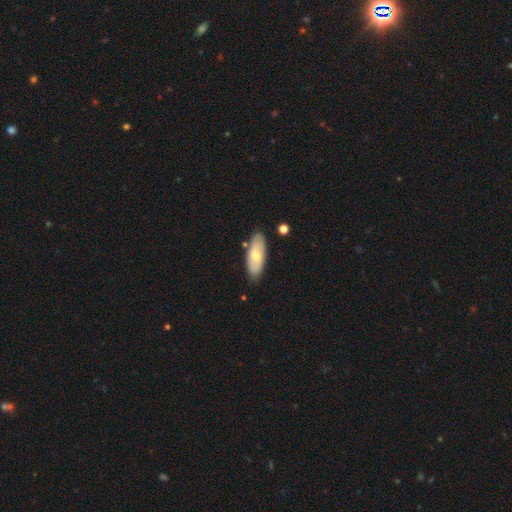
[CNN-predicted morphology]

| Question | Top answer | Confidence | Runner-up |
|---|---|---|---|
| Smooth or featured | smooth | 64% | featured or disk (30%) |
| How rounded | in between | 77% | cigar-shaped (21%) |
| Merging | none | 81% | minor disturbance (13%) |